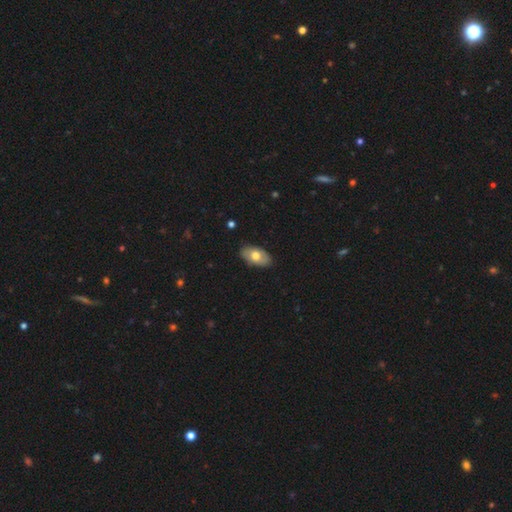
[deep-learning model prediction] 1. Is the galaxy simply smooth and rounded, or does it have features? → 64% smooth, 30% featured or disk, 6% star or artifact.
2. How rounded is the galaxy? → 93% in between, 5% round, 2% cigar-shaped.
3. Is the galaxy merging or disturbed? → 85% none, 12% minor disturbance, 2% major disturbance, 1% merger.